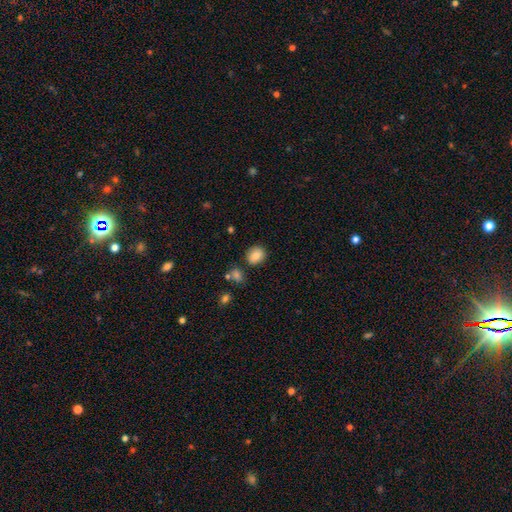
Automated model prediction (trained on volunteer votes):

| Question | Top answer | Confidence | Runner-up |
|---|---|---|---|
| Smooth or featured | smooth | 84% | star or artifact (9%) |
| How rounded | round | 71% | in between (28%) |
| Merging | none | 82% | minor disturbance (11%) |